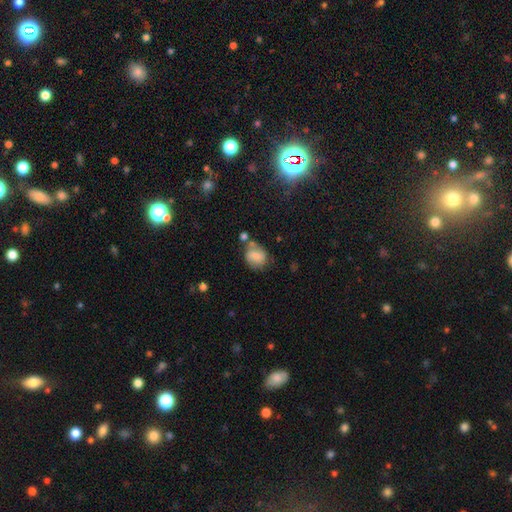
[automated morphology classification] smooth-or-featured: smooth: 65% | featured or disk: 25% | star or artifact: 10%
  how-rounded: round: 53% | in between: 46% | cigar-shaped: 1%
  merging: none: 51% | minor disturbance: 23% | merger: 18% | major disturbance: 9%